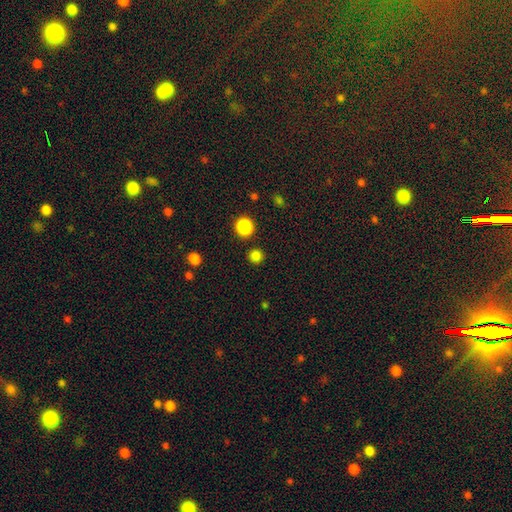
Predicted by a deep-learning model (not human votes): smooth-or-featured: smooth: 81% | star or artifact: 16% | featured or disk: 3%
  how-rounded: round: 94% | in between: 6% | cigar-shaped: 1%
  merging: none: 89% | minor disturbance: 5% | merger: 3% | major disturbance: 2%